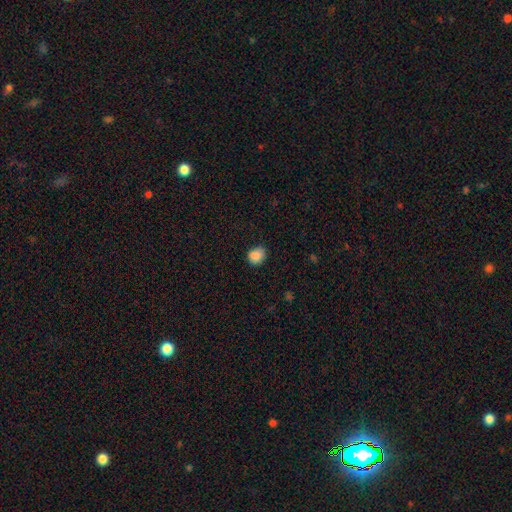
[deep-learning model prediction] The model was most divided on "how rounded": round: 62%, in between: 38%, cigar-shaped: 1%. More confident: smooth or featured — smooth (87%); merging — none (73%).